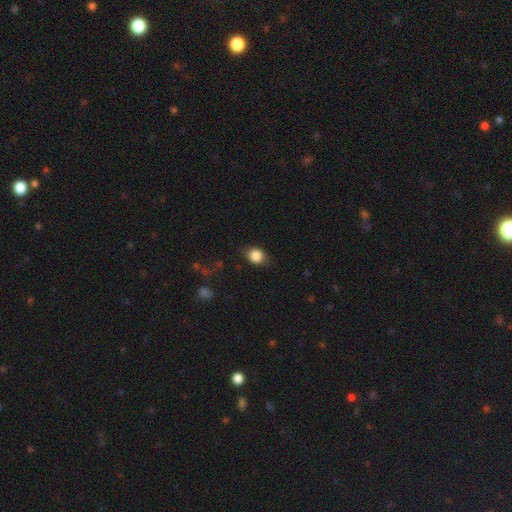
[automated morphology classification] A smooth galaxy with no disk features (84%) that is round (52%). Merging: none (76%).